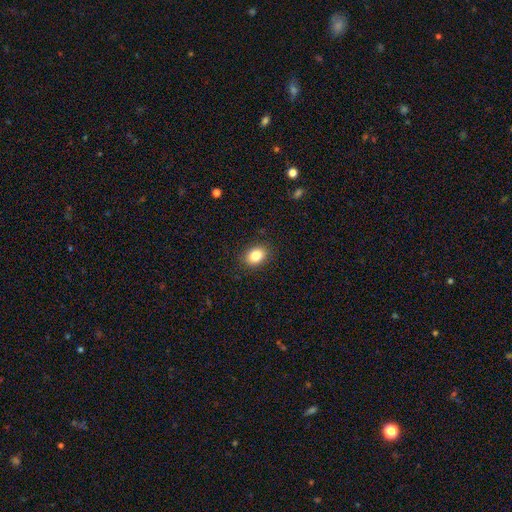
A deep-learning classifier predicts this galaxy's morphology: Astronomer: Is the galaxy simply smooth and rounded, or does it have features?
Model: smooth — 85%.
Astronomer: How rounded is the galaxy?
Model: in between — 69%.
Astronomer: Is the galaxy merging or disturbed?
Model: none — 88%.